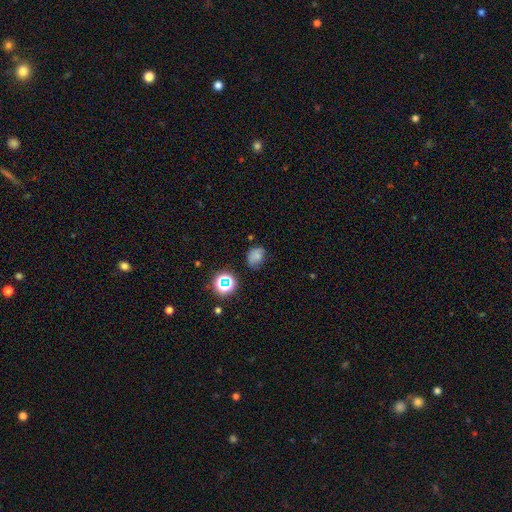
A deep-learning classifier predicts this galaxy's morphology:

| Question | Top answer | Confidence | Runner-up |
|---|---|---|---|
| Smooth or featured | smooth | 69% | star or artifact (20%) |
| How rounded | in between | 56% | round (43%) |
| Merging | none | 58% | minor disturbance (29%) |